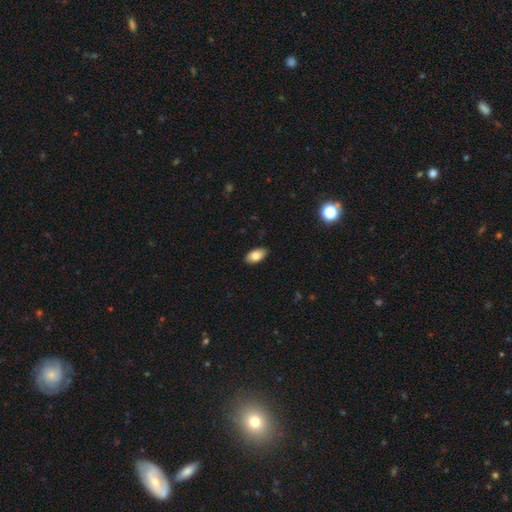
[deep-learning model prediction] Q: Smooth or featured?
A: smooth (84%); runner-up: featured or disk (9%)
Q: How rounded?
A: in between (94%); runner-up: round (4%)
Q: Merging?
A: none (88%); runner-up: minor disturbance (9%)